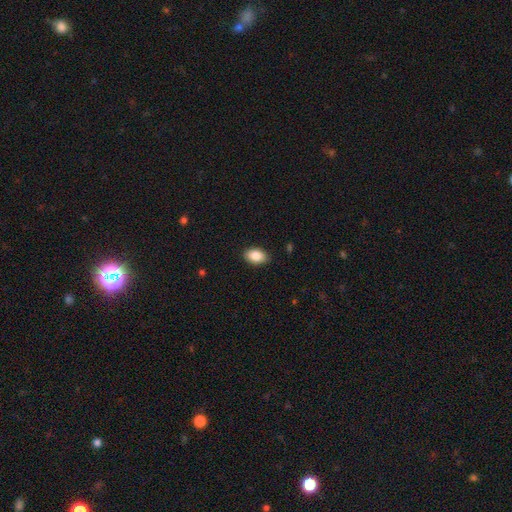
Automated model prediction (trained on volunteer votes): A smooth galaxy with no disk features (87%) that is in between round and cigar-shaped (90%). Merging: none (87%).